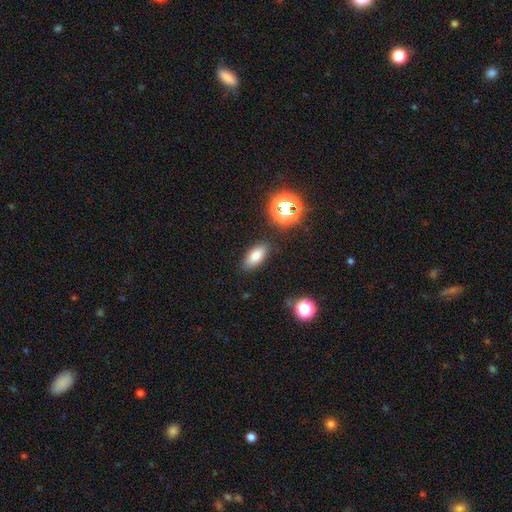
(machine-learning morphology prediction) Smooth or featured: smooth — 79% (star or artifact — 12%)
How rounded: in between — 85% (cigar-shaped — 10%)
Merging: none — 85% (minor disturbance — 10%)